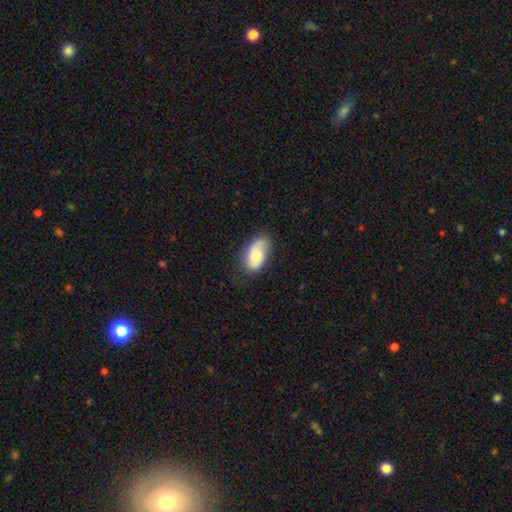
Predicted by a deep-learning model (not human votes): Overall: smooth (70%). How rounded: in between (93%). Merging: none (72%).